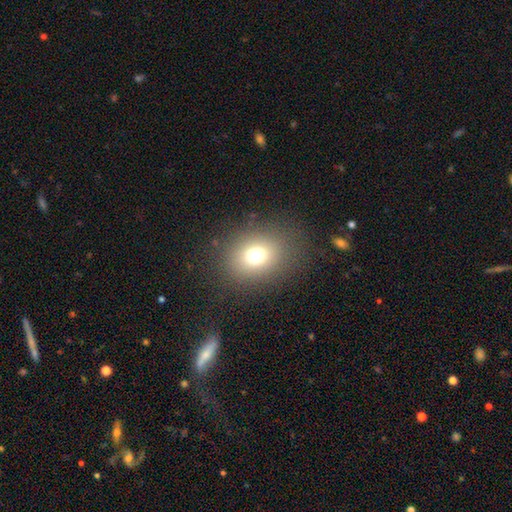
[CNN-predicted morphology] Smooth or featured: smooth — 71% (star or artifact — 19%)
How rounded: round — 59% (in between — 40%)
Merging: none — 84% (minor disturbance — 9%)